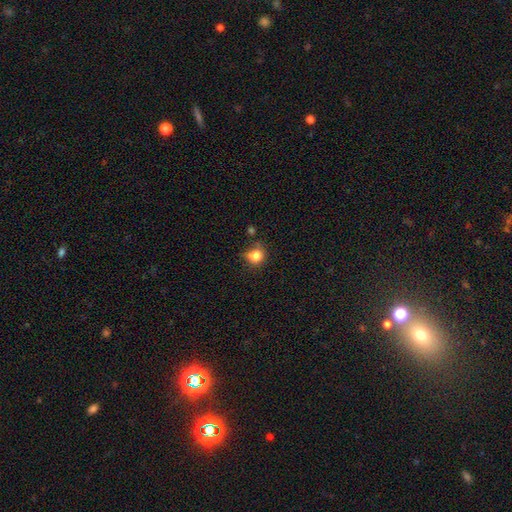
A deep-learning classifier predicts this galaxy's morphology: smooth 81%, star or artifact 12%, featured or disk 8%. Down the decision tree: how rounded — round (77%); merging — none (59%).